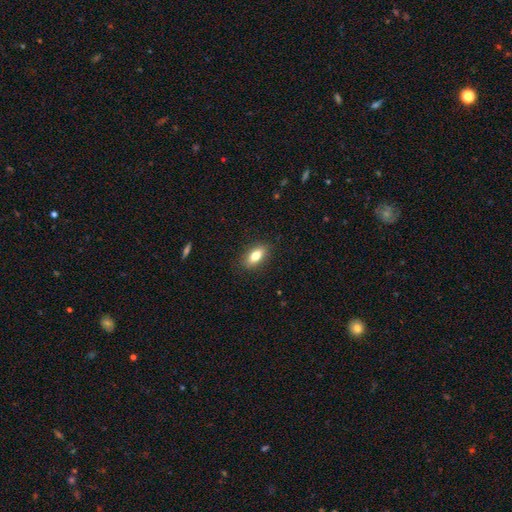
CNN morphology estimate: Smooth or featured?
  - smooth: 78% *
  - featured or disk: 14%
  - star or artifact: 8%
How rounded?
  - in between: 84% *
  - cigar-shaped: 8%
  - round: 7%
Merging?
  - none: 87% *
  - minor disturbance: 9%
  - major disturbance: 2%
  - merger: 1%